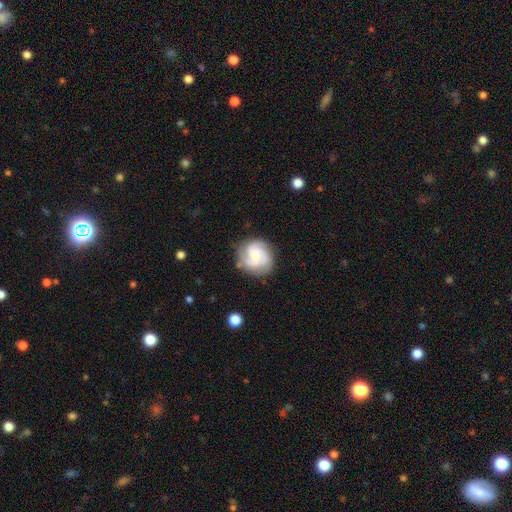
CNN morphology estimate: smooth_or_featured: featured or disk (p=0.74) [alt: smooth p=0.20]
disk_edge_on: no (p=0.98) [alt: yes p=0.02]
bar: no (p=0.58) [alt: weak p=0.36]
has_spiral_arms: yes (p=0.95) [alt: no p=0.05]
spiral_winding: tight (p=0.51) [alt: medium p=0.39]
spiral_arm_count: 3 (p=0.36) [tied with: 2 p=0.36]
bulge_size: small (p=0.47) [alt: moderate p=0.42]
merging: none (p=0.76) [alt: minor disturbance p=0.16]